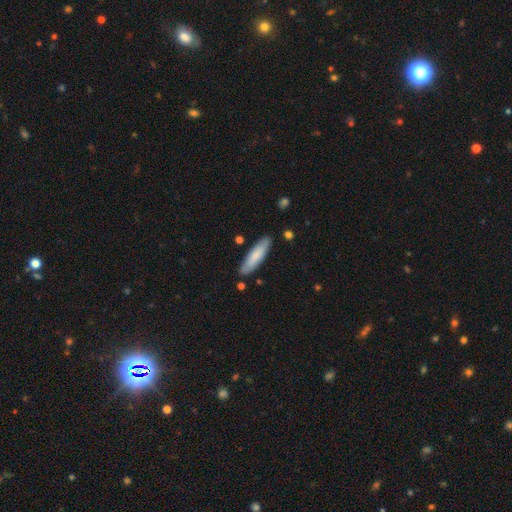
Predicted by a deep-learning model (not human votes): A smooth galaxy with no disk features (79%) that is cigar-shaped (70%). Merging: none (86%).